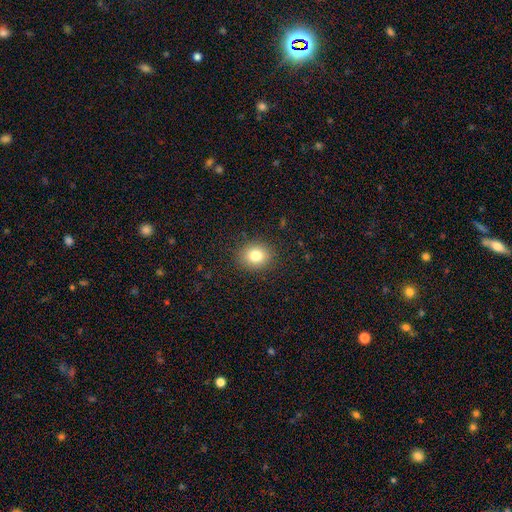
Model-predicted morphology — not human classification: smooth-or-featured: smooth: 80% | star or artifact: 11% | featured or disk: 8%
  how-rounded: round: 66% | in between: 33% | cigar-shaped: 1%
  merging: none: 89% | minor disturbance: 8% | major disturbance: 3% | merger: 1%